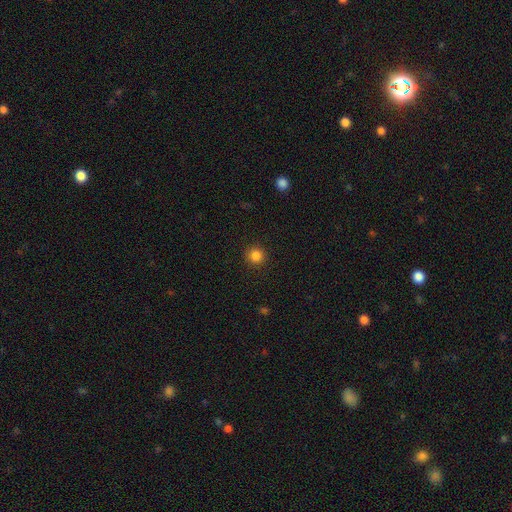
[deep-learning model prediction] Q: Smooth or featured?
A: smooth (84%); runner-up: star or artifact (12%)
Q: How rounded?
A: round (94%); runner-up: in between (5%)
Q: Merging?
A: none (91%); runner-up: minor disturbance (6%)